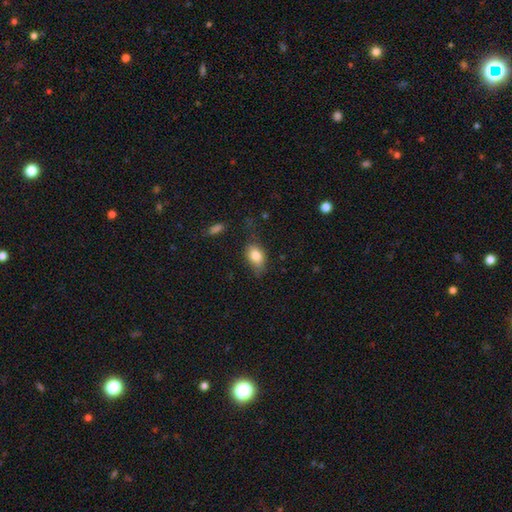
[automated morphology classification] Q: Smooth or featured?
A: smooth (81%); runner-up: featured or disk (11%)
Q: How rounded?
A: in between (83%); runner-up: round (14%)
Q: Merging?
A: none (58%); runner-up: minor disturbance (29%)